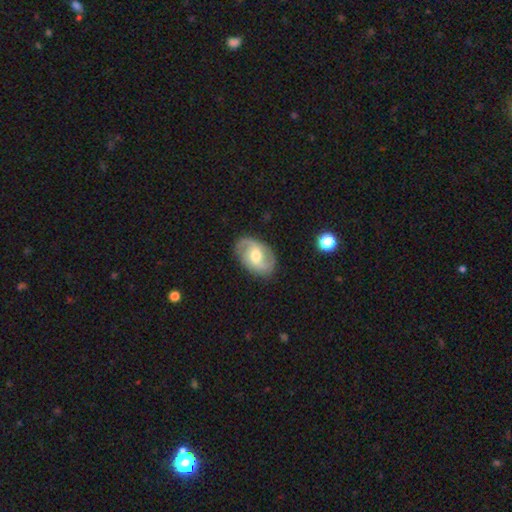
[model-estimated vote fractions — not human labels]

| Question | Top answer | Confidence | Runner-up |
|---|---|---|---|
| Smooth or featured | featured or disk | 77% | smooth (17%) |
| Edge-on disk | no | 96% | yes (4%) |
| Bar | weak | 47% | no (38%) |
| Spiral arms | yes | 92% | no (8%) |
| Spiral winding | medium | 47% | loose (30%) |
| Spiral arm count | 2 | 84% | can't tell (7%) |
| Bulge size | moderate | 70% | small (21%) |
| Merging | none | 82% | minor disturbance (13%) |